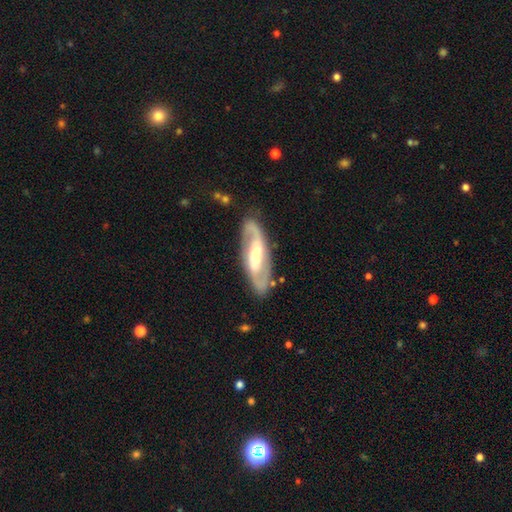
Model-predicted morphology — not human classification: Smooth or featured: featured or disk — 84% (smooth — 12%)
Edge-on disk: no — 92% (yes — 8%)
Bar: strong — 49% (weak — 36%)
Spiral arms: yes — 93% (no — 7%)
Spiral winding: medium — 48% (loose — 29%)
Spiral arm count: 2 — 90% (can't tell — 5%)
Bulge size: moderate — 51% (small — 26%)
Merging: none — 83% (minor disturbance — 12%)